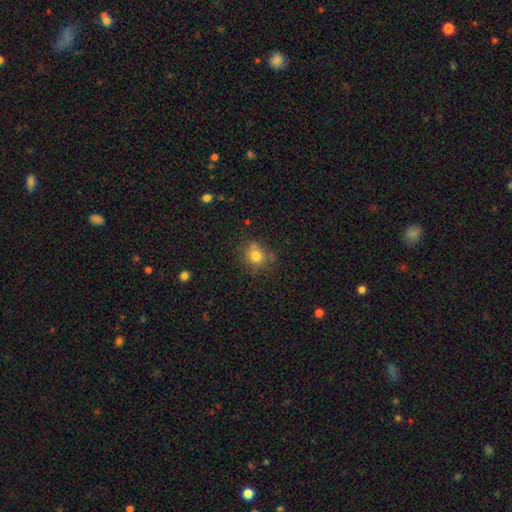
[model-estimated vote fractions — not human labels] Morphology: type=smooth (79%); roundness=round (72%); merging=none (63%).